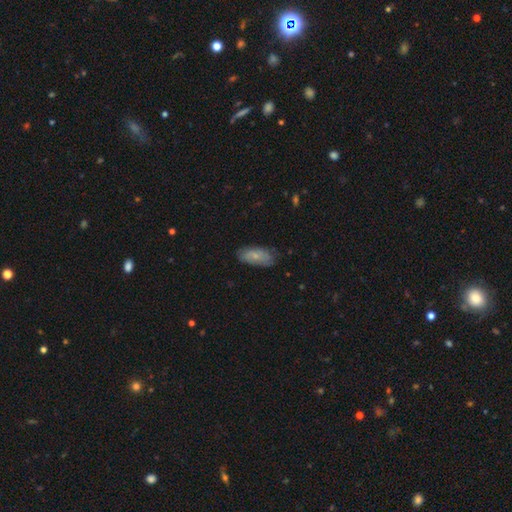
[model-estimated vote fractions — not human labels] This is possibly a smooth galaxy (59%). How rounded: clearly in between (88%). Merging: likely none (72%).